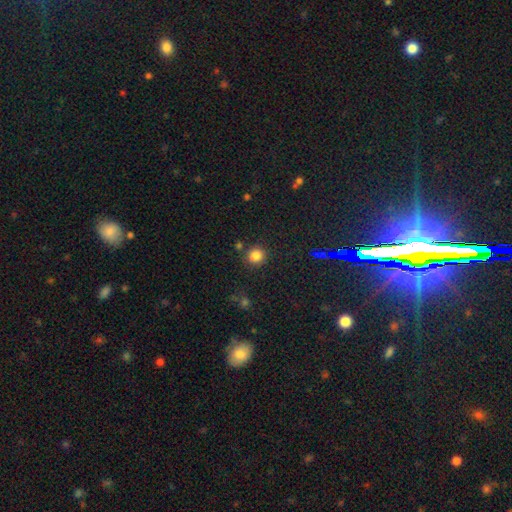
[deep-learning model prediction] smooth-or-featured: smooth: 81% | star or artifact: 14% | featured or disk: 5%
  how-rounded: round: 83% | in between: 16% | cigar-shaped: 1%
  merging: none: 79% | minor disturbance: 11% | merger: 6% | major disturbance: 4%